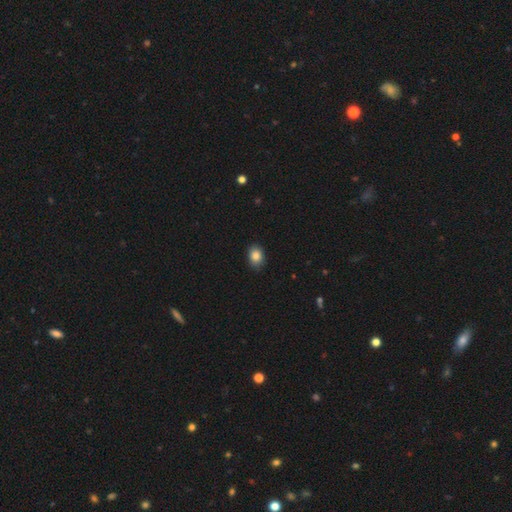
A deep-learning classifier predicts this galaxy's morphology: Q: Smooth or featured?
A: smooth (87%); runner-up: star or artifact (9%)
Q: How rounded?
A: in between (68%); runner-up: round (31%)
Q: Merging?
A: none (85%); runner-up: minor disturbance (12%)